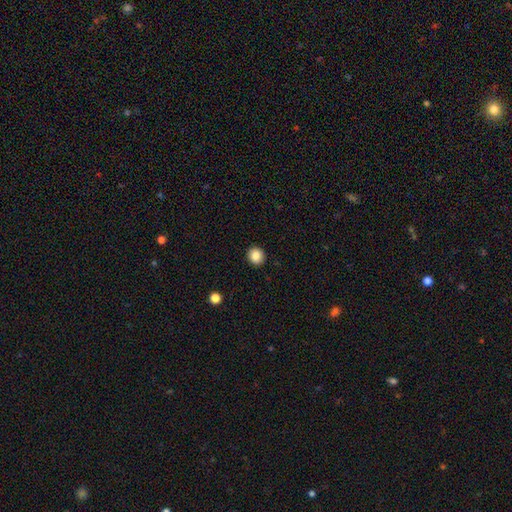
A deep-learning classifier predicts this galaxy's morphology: A smooth galaxy with no disk features (86%) that is round (81%). Merging: none (92%).